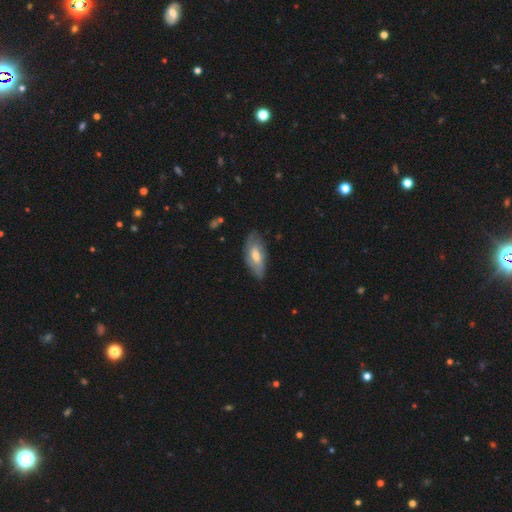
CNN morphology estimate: A smooth galaxy with no disk features (47%, tied with featured or disk). Merging: none (70%).